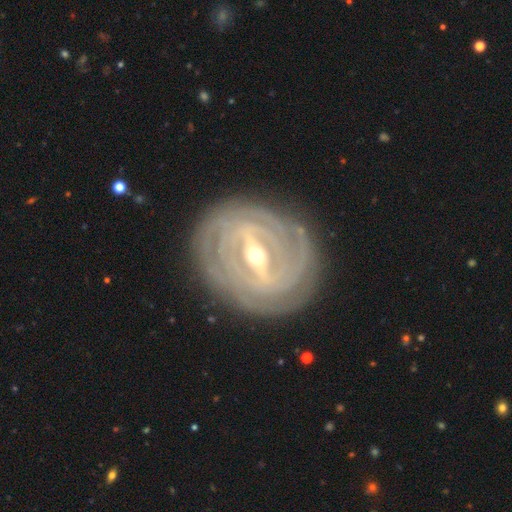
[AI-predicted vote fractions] smooth-or-featured: featured or disk: 90% | smooth: 5% | star or artifact: 5%
  disk-edge-on: no: 95% | yes: 5%
    bar: strong: 72% | weak: 22% | no: 6%
    has-spiral-arms: yes: 95% | no: 5%
      spiral-winding: tight: 87% | medium: 10% | loose: 3%
      spiral-arm-count: can't tell: 29% | 4: 21% | more than 4: 16% | 3: 14% | 2: 13% | 1: 7%
    bulge-size: moderate: 51% | small: 46% | large: 2% | none: 1% | dominant: 1%
  merging: none: 86% | minor disturbance: 10% | major disturbance: 3% | merger: 1%